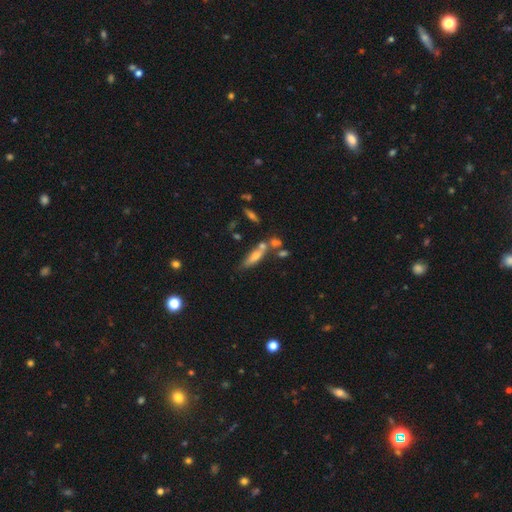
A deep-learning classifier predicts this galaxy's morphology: smooth-or-featured: smooth: 55% | featured or disk: 33% | star or artifact: 12%
  how-rounded: cigar-shaped: 66% | in between: 31% | round: 3%
  merging: none: 51% | merger: 26% | minor disturbance: 16% | major disturbance: 7%